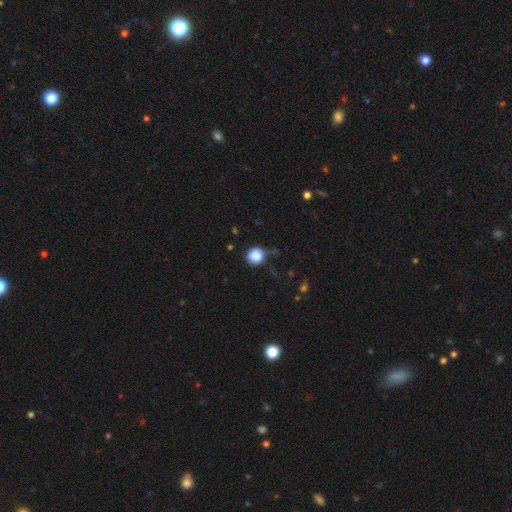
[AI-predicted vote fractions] smooth-or-featured: smooth: 87% | star or artifact: 9% | featured or disk: 4%
  how-rounded: round: 89% | in between: 10% | cigar-shaped: 1%
  merging: none: 64% | minor disturbance: 24% | major disturbance: 8% | merger: 5%